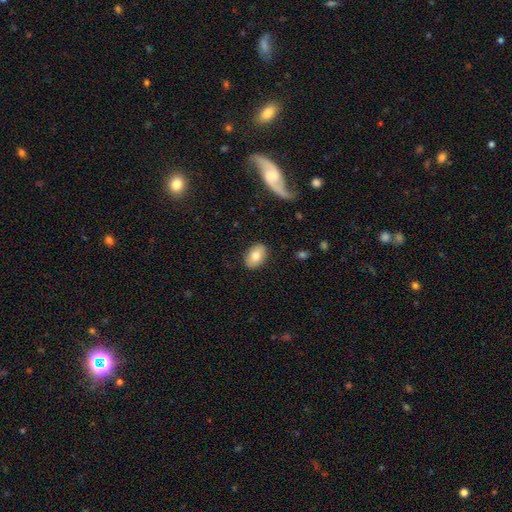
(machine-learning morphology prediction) A smooth galaxy with no disk features (77%) that is in between round and cigar-shaped (88%).

Vote fractions:
- Smooth or featured? smooth: 77% / featured or disk: 16% / star or artifact: 7%
- How rounded? in between: 88% / round: 11% / cigar-shaped: 1%
- Merging? none: 87% / minor disturbance: 9% / major disturbance: 2% / merger: 1%